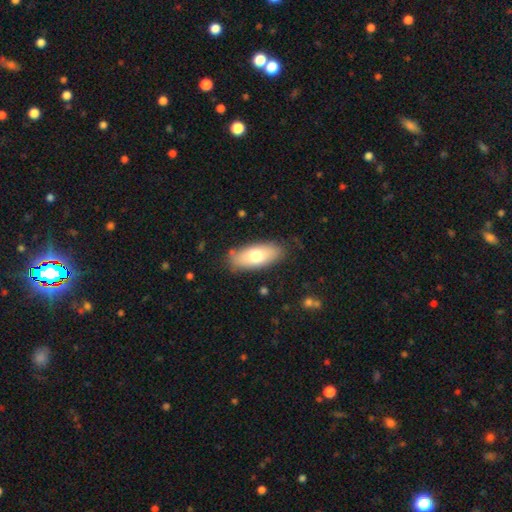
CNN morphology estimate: Smooth or featured: smooth — 72% (featured or disk — 21%)
How rounded: in between — 81% (cigar-shaped — 16%)
Merging: none — 83% (minor disturbance — 12%)